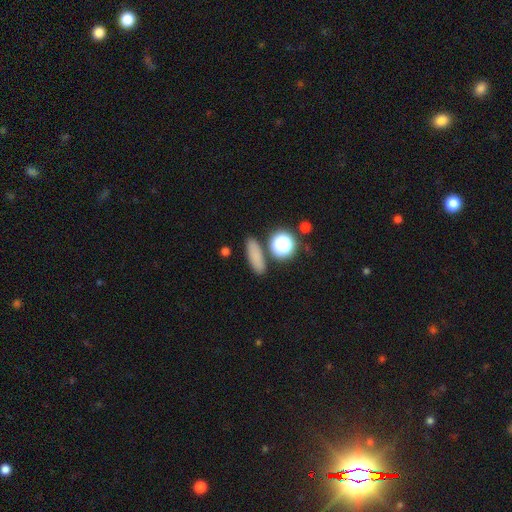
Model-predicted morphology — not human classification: smooth 76%, star or artifact 15%, featured or disk 9%. Down the decision tree: how rounded — cigar-shaped (43%); merging — none (82%).